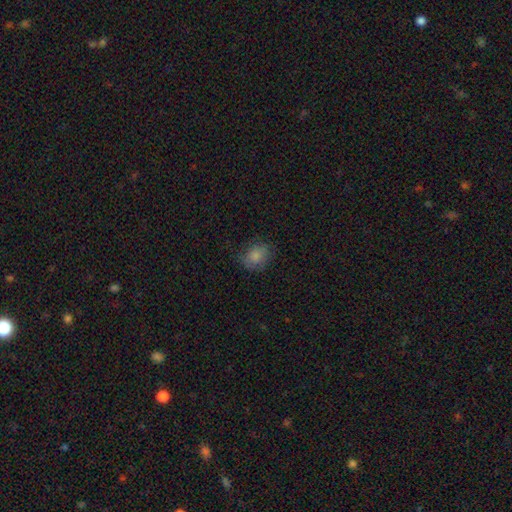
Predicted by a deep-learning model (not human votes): This appears to be a smooth galaxy with no disk features (82%) that is round (55%). Merging: none (73%).